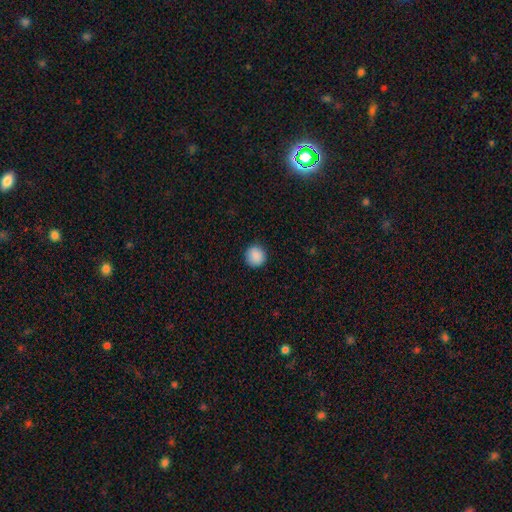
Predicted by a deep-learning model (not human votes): Morphology: type=smooth (89%); roundness=round (93%); merging=none (90%).